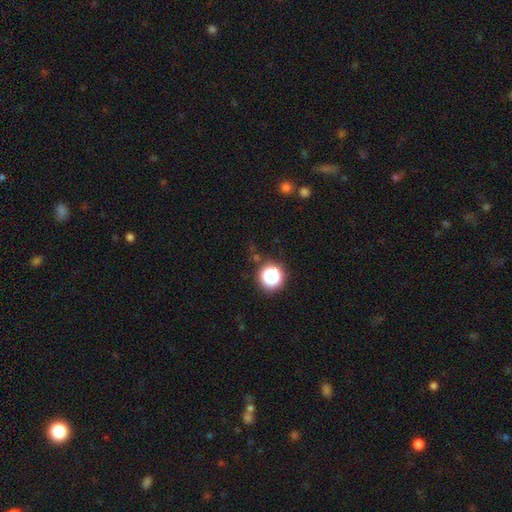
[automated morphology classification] This is likely a star or artifact rather than a galaxy (65%).